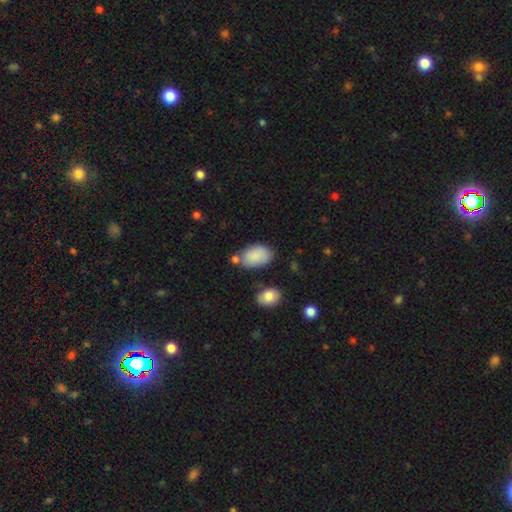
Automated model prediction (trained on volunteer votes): Q: Smooth or featured?
A: smooth (87%); runner-up: star or artifact (7%)
Q: How rounded?
A: in between (92%); runner-up: round (6%)
Q: Merging?
A: none (66%); runner-up: minor disturbance (19%)